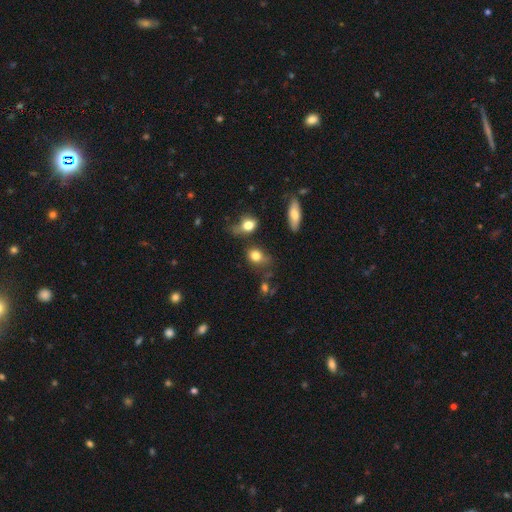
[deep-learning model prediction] This appears to be a smooth galaxy with no disk features (81%) that is in between round and cigar-shaped (55%). Merging: none (50%).